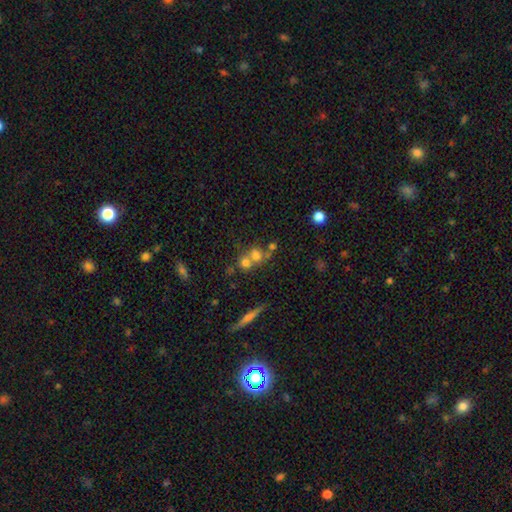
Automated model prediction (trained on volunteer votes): A smooth galaxy with no disk features (65%) that is round (72%).

Vote fractions:
- Smooth or featured? smooth: 65% / featured or disk: 18% / star or artifact: 16%
- How rounded? round: 72% / in between: 25% / cigar-shaped: 3%
- Merging? merger: 51% / none: 37% / minor disturbance: 8% / major disturbance: 4%